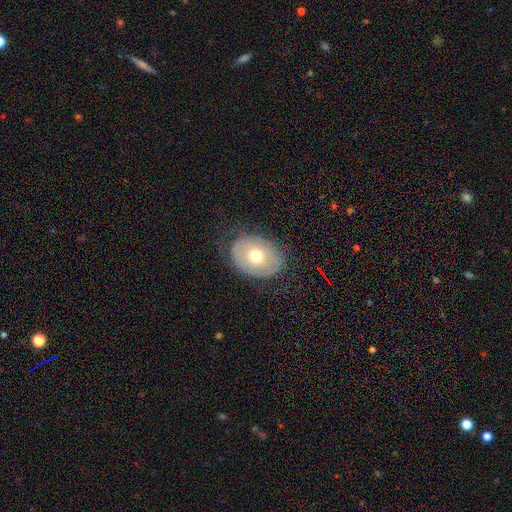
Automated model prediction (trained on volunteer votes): A smooth galaxy with no disk features (53%) that is in between round and cigar-shaped (64%).

Vote fractions:
- Smooth or featured? smooth: 53% / featured or disk: 39% / star or artifact: 8%
- How rounded? in between: 64% / round: 35% / cigar-shaped: 1%
- Merging? none: 68% / minor disturbance: 21% / major disturbance: 10% / merger: 1%